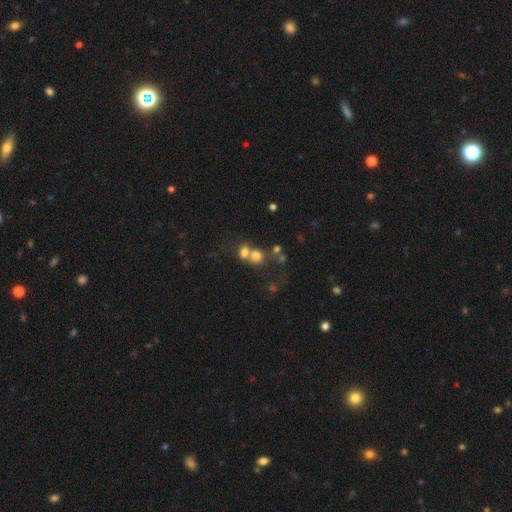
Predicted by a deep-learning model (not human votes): Smooth or featured? Predicted: smooth (p=0.72). How rounded? Predicted: round (p=0.71). Merging? Predicted: merger (p=0.51).